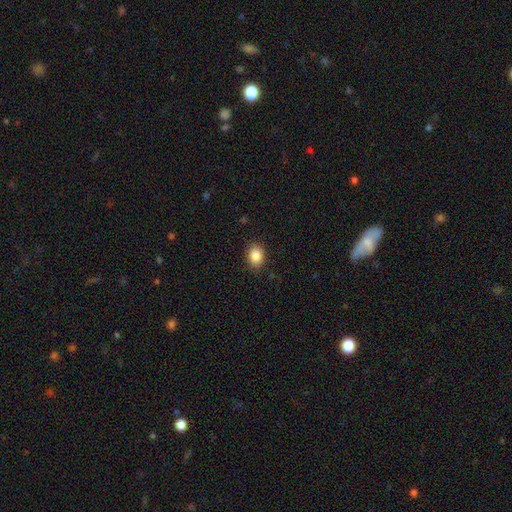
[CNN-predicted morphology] This is clearly a smooth galaxy (87%). How rounded: likely in between (64%). Merging: clearly none (88%).